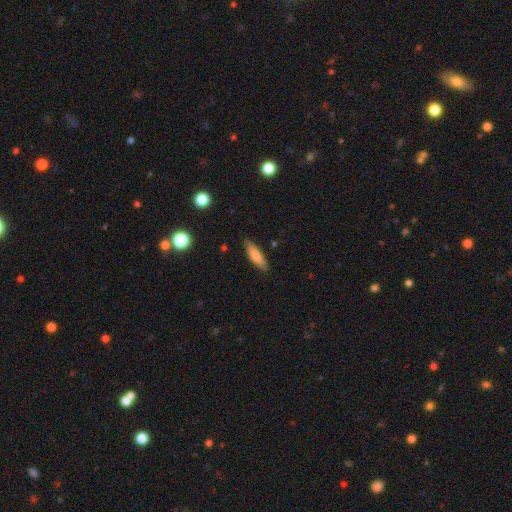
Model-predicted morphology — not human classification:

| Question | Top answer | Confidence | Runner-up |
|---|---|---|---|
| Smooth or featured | smooth | 79% | featured or disk (15%) |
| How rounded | cigar-shaped | 61% | in between (37%) |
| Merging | none | 87% | minor disturbance (10%) |